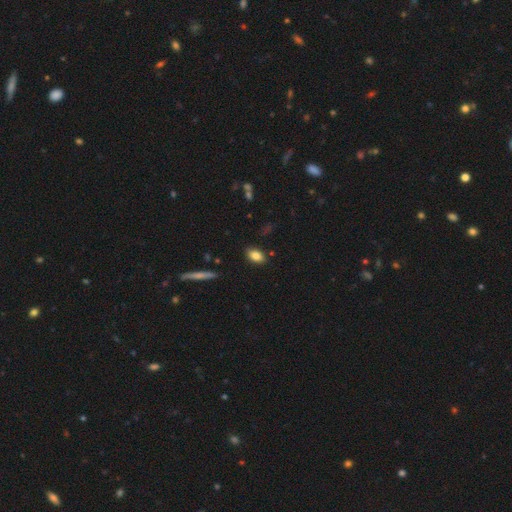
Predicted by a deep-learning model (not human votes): smooth 83%, featured or disk 9%, star or artifact 8%. Down the decision tree: how rounded — in between (88%); merging — none (85%).